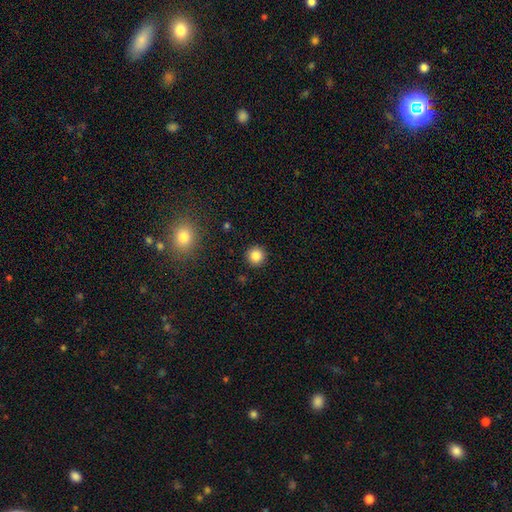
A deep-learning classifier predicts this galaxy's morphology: The model was most divided on "smooth or featured": smooth: 85%, star or artifact: 11%, featured or disk: 4%. More confident: how rounded — round (95%); merging — none (92%).